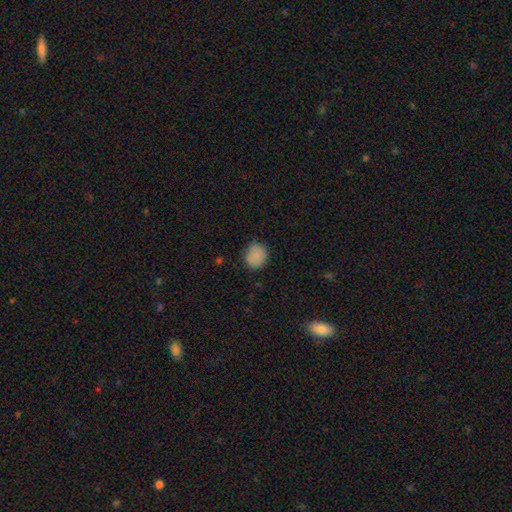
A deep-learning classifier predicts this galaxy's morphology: Smooth or featured? Predicted: smooth (p=0.85). How rounded? Predicted: round (p=0.71). Merging? Predicted: none (p=0.80).